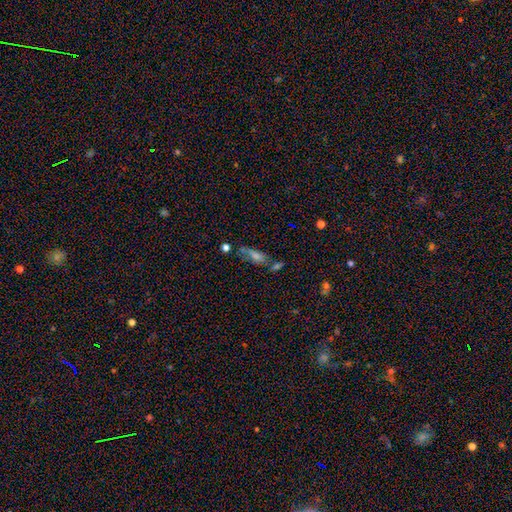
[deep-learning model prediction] smooth_or_featured: smooth (p=0.47) [alt: featured or disk p=0.29]
merging: none (p=0.49) [alt: merger p=0.21]